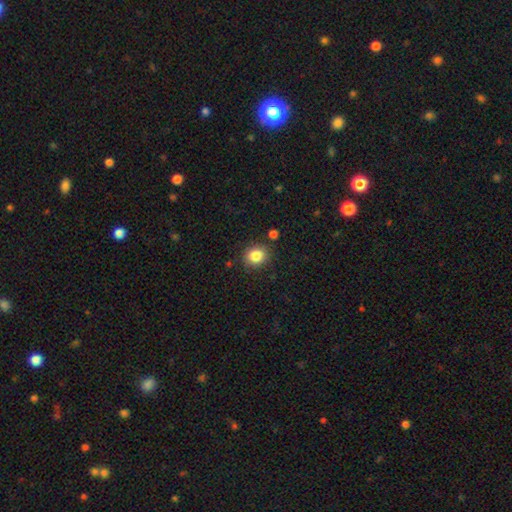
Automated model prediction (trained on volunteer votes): A smooth galaxy with no disk features (85%) that is round (75%). Merging: none (85%).